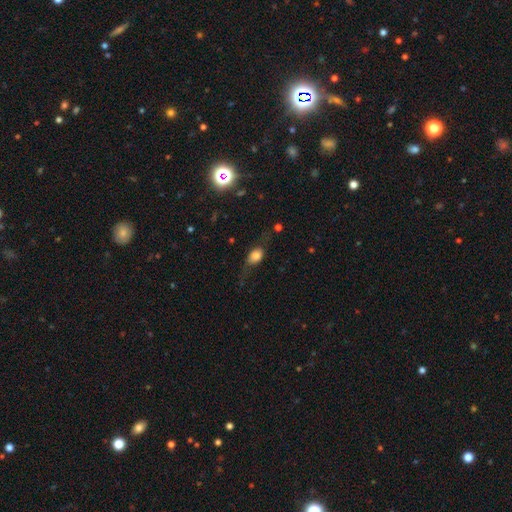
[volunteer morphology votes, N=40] Smooth or featured?
  - smooth: 55% *
  - featured or disk: 38%
  - star or artifact: 8%
How rounded?
  - in between: 91% *
  - round: 5%
  - cigar-shaped: 5%
Merging?
  - none: 46% *
  - minor disturbance: 24%
  - major disturbance: 24%
  - merger: 5%